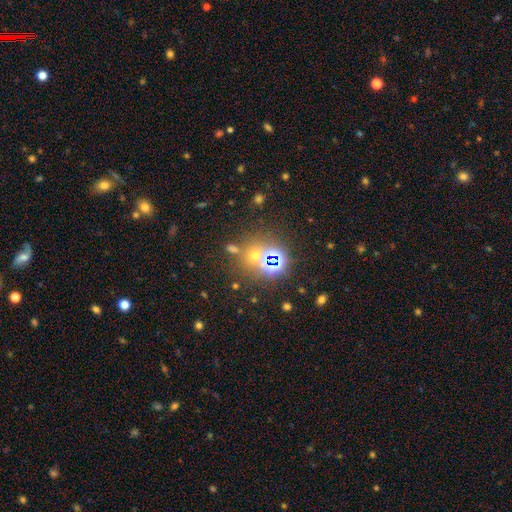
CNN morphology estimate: This appears to be a star or artifact, not a galaxy (54%).